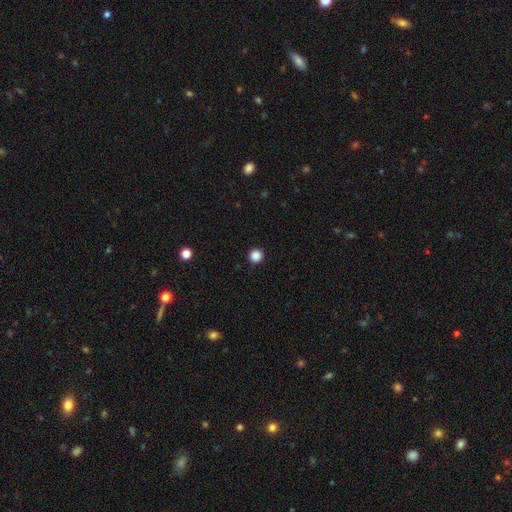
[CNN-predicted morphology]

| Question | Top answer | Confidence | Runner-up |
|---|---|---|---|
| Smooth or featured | smooth | 87% | star or artifact (11%) |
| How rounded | round | 95% | in between (4%) |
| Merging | none | 93% | minor disturbance (4%) |